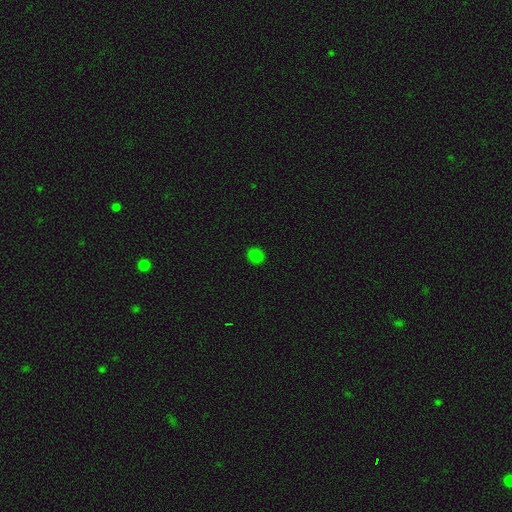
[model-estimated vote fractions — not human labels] A smooth galaxy with no disk features (82%) that is round (74%). Merging: none (90%).